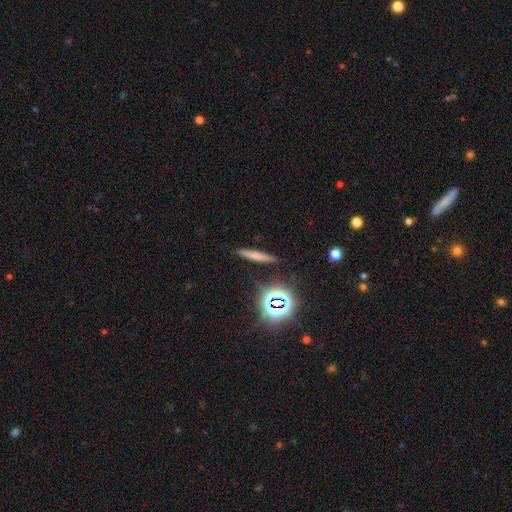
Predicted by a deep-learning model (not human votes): Smooth or featured? smooth (62%)
How rounded? cigar-shaped (90%)
Merging? none (87%)